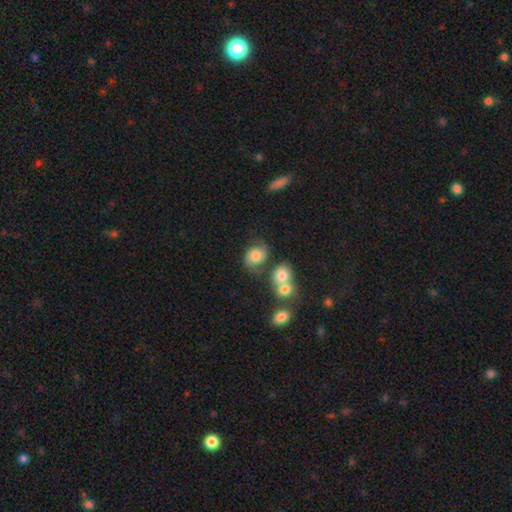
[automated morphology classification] A featured or disk galaxy (54%) with no bar (69%), spiral arms (88%) and a moderate central bulge (48%). Merging: none (54%).